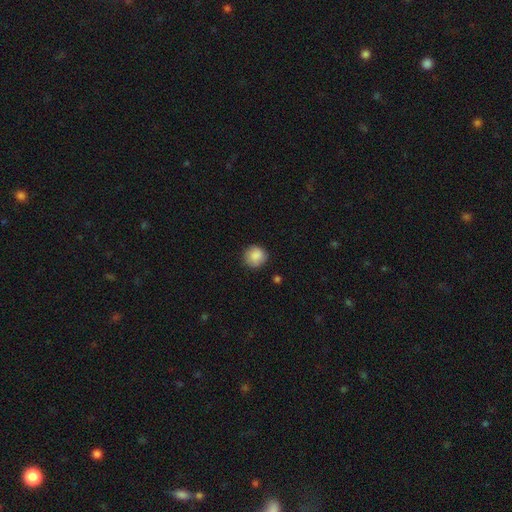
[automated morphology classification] This appears to be a smooth galaxy with no disk features (87%) that is round (91%). Merging: none (84%).